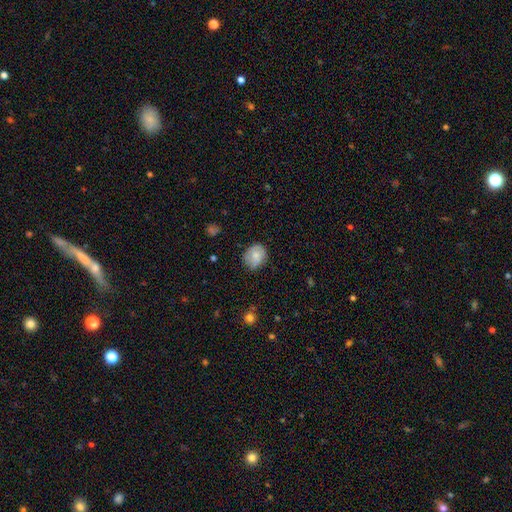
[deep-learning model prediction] This is likely a smooth galaxy (73%). How rounded: possibly round (55%). Merging: likely none (75%).